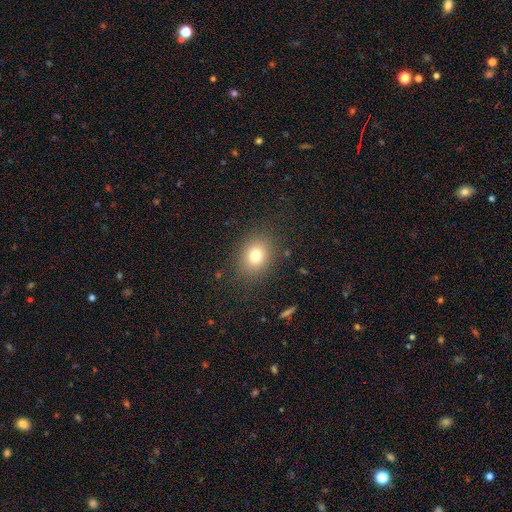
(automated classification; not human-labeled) Smooth or featured: smooth — 76% (star or artifact — 14%)
How rounded: round — 54% (in between — 45%)
Merging: none — 85% (minor disturbance — 9%)